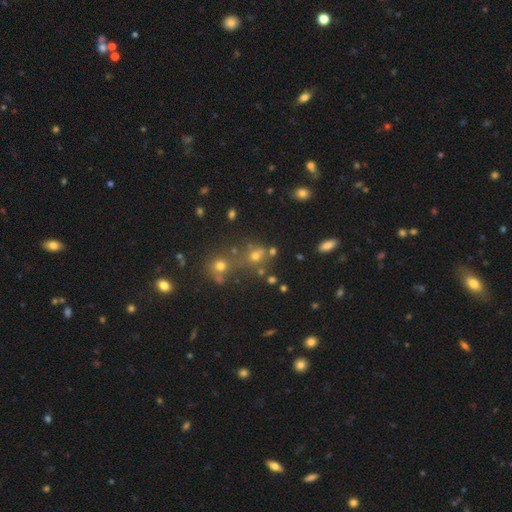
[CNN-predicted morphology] A smooth galaxy with no disk features (56%) that is round (75%). Merging: none (50%).